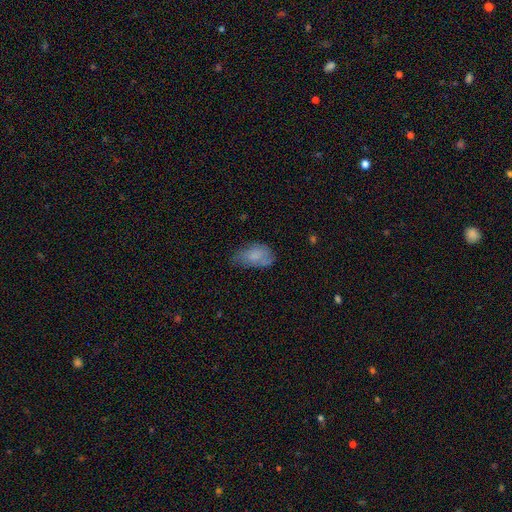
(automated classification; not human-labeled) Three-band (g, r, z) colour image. It shows a smooth galaxy with no disk features (72%) that is in between round and cigar-shaped (92%). Merging: none (46%).